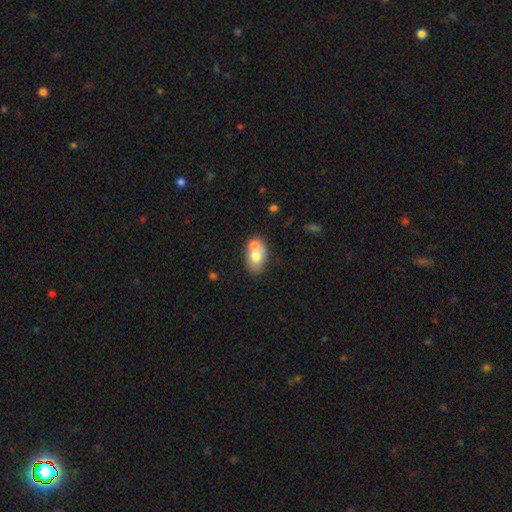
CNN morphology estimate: Smooth or featured: smooth — 68% (featured or disk — 24%)
How rounded: in between — 77% (round — 22%)
Merging: merger — 49% (none — 37%)